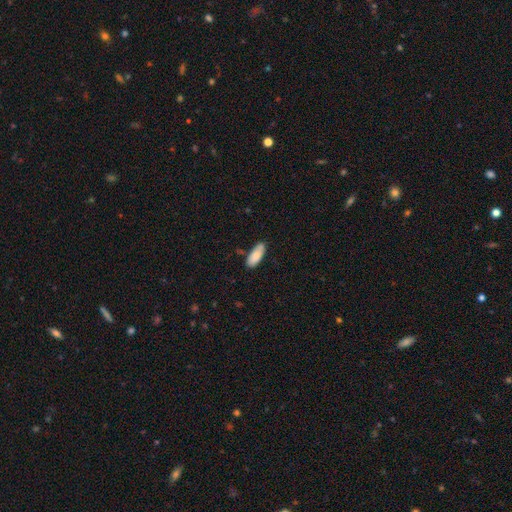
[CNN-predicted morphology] This appears to be a smooth galaxy with no disk features (83%) that is in between round and cigar-shaped (79%). Merging: none (74%).